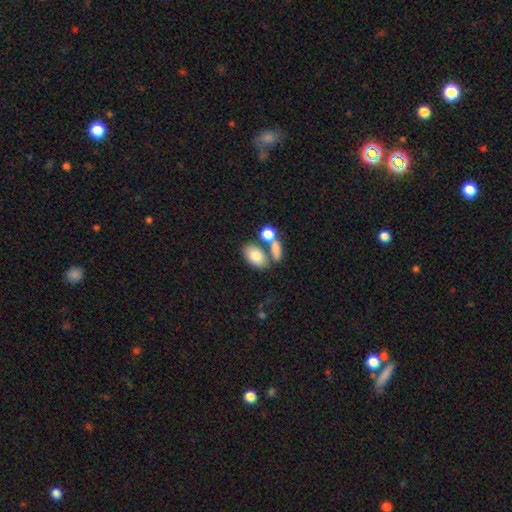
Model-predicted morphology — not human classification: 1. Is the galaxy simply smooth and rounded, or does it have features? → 77% smooth, 15% featured or disk, 8% star or artifact.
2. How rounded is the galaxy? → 89% in between, 9% round, 2% cigar-shaped.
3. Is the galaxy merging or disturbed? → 48% none, 35% merger, 11% minor disturbance, 5% major disturbance.